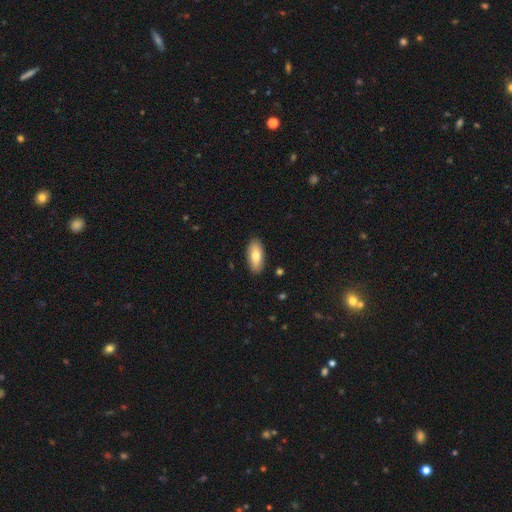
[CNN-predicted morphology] The model was most divided on "smooth or featured": smooth: 77%, featured or disk: 17%, star or artifact: 6%. More confident: merging — none (88%); how rounded — in between (84%).